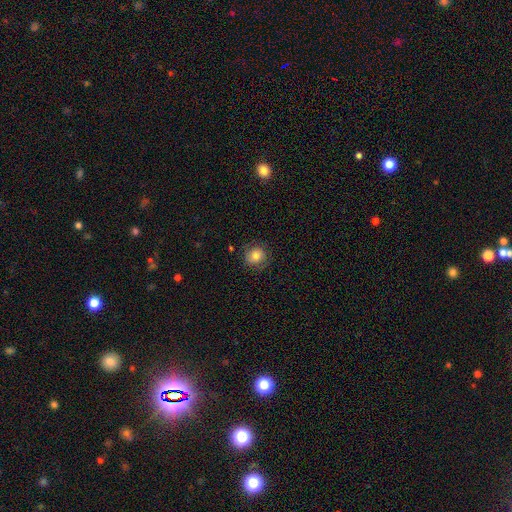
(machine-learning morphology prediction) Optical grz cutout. It shows a smooth galaxy with no disk features (70%) that is round (87%). Merging: none (78%).